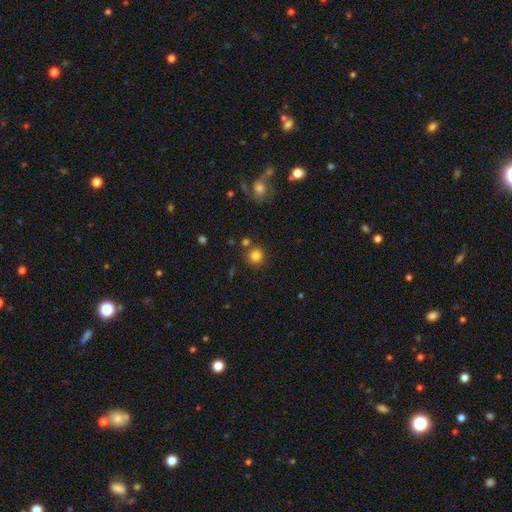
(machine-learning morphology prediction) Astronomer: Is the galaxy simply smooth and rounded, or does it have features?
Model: smooth — 82%.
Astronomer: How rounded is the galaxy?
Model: round — 93%.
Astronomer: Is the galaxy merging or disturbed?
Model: none — 80%.